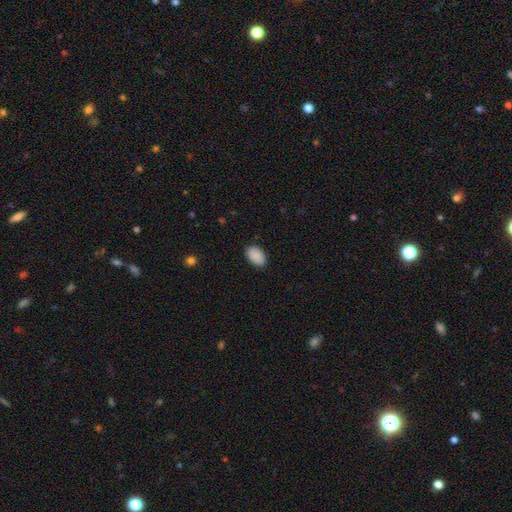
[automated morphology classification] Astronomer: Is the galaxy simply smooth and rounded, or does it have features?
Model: smooth — 90%.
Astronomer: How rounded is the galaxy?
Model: in between — 89%.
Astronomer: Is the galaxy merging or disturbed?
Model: none — 86%.